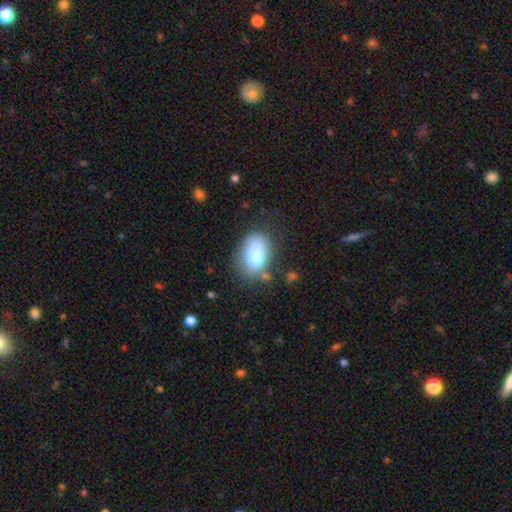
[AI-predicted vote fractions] This is clearly a smooth galaxy (82%). How rounded: clearly in between (87%). Merging: possibly none (59%).